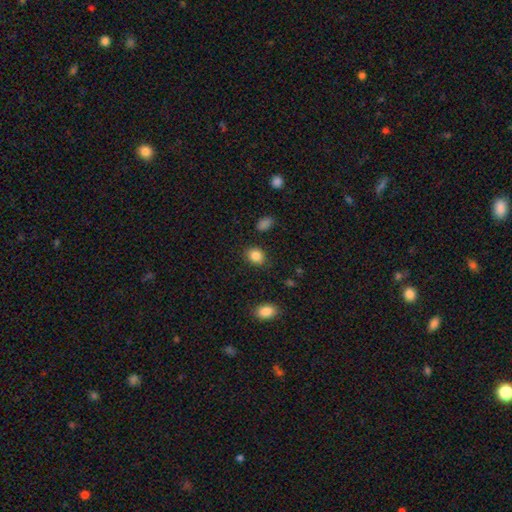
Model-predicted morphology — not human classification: smooth_or_featured: smooth (p=0.86) [alt: star or artifact p=0.10]
how_rounded: round (p=0.56) [alt: in between p=0.43]
merging: none (p=0.85) [alt: minor disturbance p=0.10]